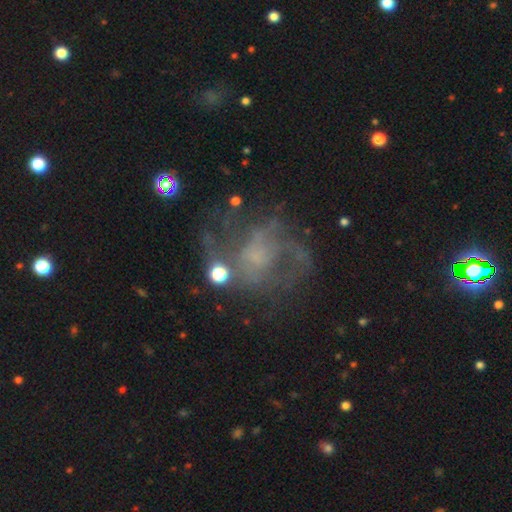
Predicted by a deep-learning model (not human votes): Smooth or featured? featured or disk (67%)
Edge-on disk? no (98%)
Bar? no (71%)
Spiral arms? yes (71%)
Bulge size? none (47%)
Merging? none (51%)